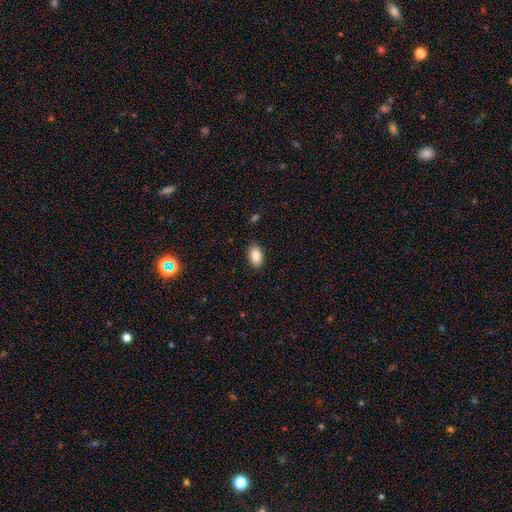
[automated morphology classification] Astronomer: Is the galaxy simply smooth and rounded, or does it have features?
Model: smooth — 86%.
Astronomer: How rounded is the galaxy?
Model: in between — 90%.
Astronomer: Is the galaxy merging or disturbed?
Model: none — 88%.